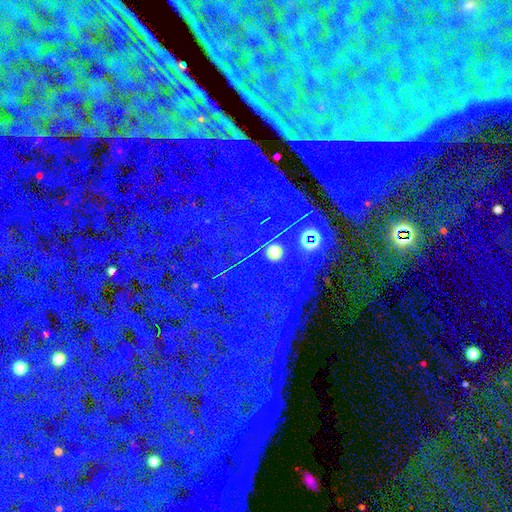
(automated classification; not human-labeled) smooth_or_featured: star or artifact (p=0.87) [alt: featured or disk p=0.07]